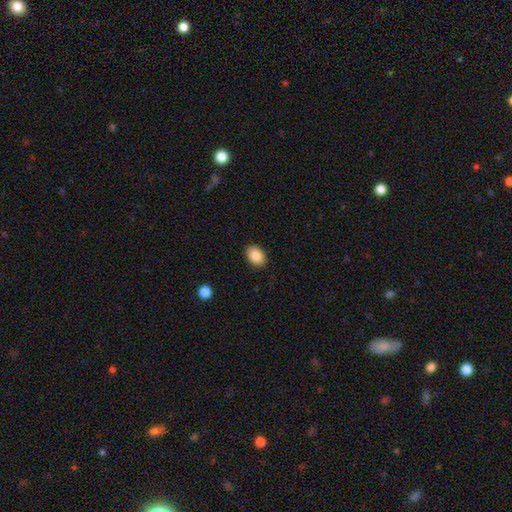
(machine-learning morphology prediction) Smooth or featured?
  - smooth: 86% *
  - star or artifact: 8%
  - featured or disk: 6%
How rounded?
  - in between: 80% *
  - round: 19%
  - cigar-shaped: 1%
Merging?
  - none: 89% *
  - minor disturbance: 8%
  - major disturbance: 2%
  - merger: 1%